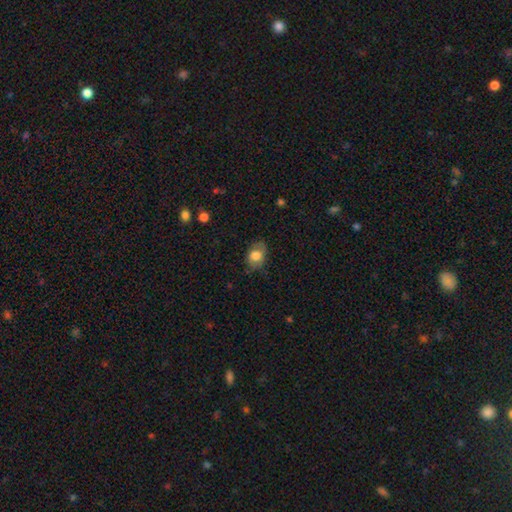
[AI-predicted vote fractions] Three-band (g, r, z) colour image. It shows a smooth galaxy with no disk features (74%) that is in between round and cigar-shaped (75%). Merging: none (71%).